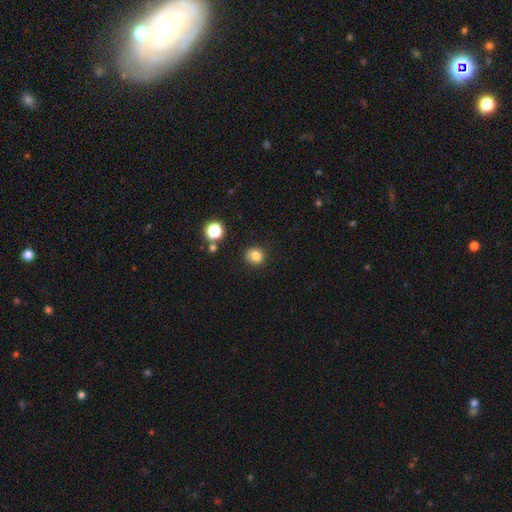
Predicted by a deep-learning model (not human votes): The model was most divided on "smooth or featured": smooth: 81%, star or artifact: 13%, featured or disk: 6%. More confident: merging — none (85%); how rounded — round (84%).